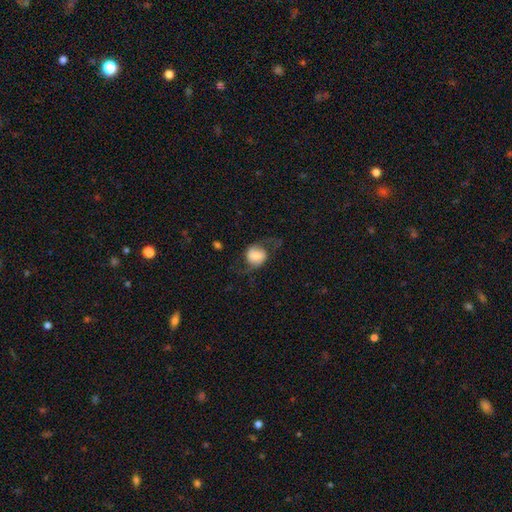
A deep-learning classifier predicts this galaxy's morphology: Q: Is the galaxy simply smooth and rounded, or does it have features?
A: featured or disk — 54%.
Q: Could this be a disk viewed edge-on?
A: no — 95%.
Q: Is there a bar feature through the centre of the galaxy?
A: no — 57%.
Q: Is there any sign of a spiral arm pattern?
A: yes — 85%.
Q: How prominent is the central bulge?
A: moderate — 38%.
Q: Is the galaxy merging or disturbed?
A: none — 58%.